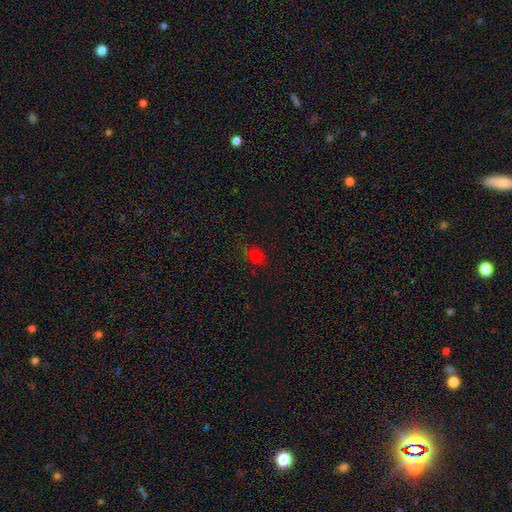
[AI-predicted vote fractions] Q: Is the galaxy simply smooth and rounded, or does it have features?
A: smooth — 75%.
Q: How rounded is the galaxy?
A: in between — 51%.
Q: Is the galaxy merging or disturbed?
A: none — 77%.